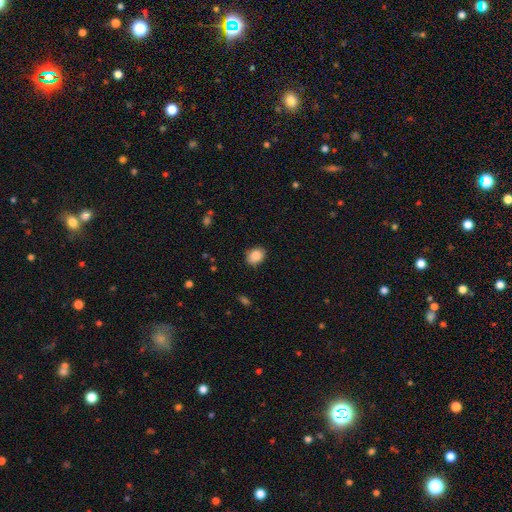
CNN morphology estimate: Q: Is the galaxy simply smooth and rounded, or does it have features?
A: smooth — 87%.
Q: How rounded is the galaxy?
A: in between — 62%.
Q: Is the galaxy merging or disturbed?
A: none — 81%.